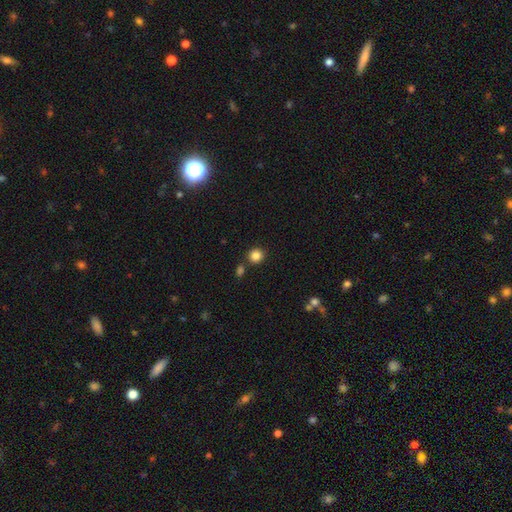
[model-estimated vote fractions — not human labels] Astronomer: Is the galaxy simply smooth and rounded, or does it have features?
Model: smooth — 85%.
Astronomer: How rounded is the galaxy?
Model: round — 88%.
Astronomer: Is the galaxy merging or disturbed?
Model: none — 80%.